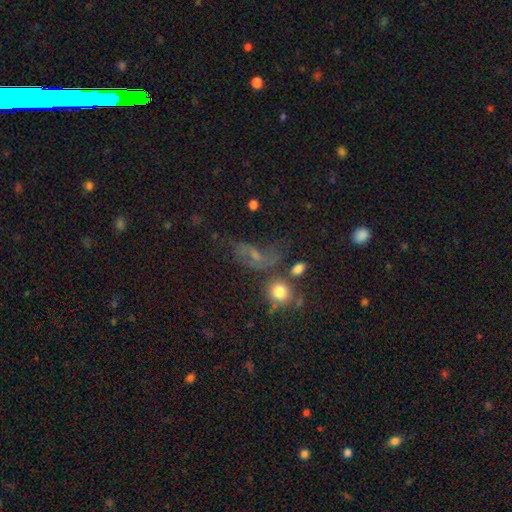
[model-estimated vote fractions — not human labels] smooth-or-featured: featured or disk: 37% | smooth: 36% | star or artifact: 28%
  merging: none: 38% | major disturbance: 27% | minor disturbance: 20% | merger: 15%